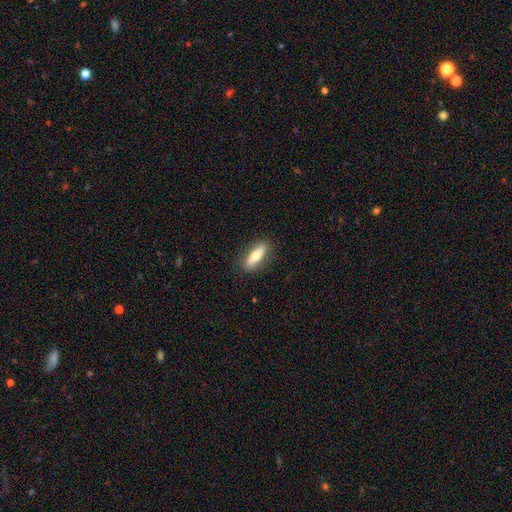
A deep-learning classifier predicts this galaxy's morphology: The model was most divided on "how rounded": in between: 58%, cigar-shaped: 39%, round: 3%. More confident: merging — none (86%); smooth or featured — smooth (61%).